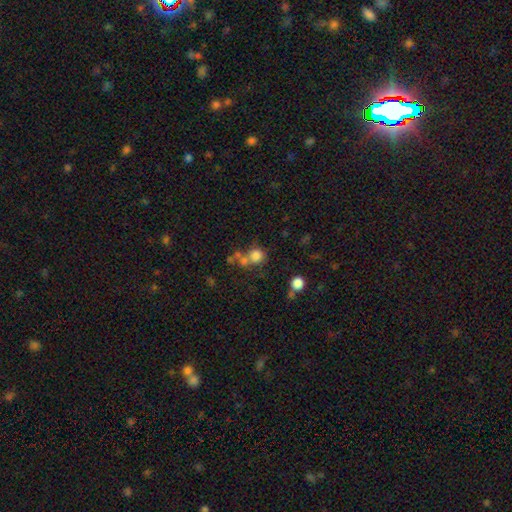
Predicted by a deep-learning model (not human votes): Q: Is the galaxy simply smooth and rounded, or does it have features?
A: smooth — 75%.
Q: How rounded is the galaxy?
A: round — 86%.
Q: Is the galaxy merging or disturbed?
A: none — 49%.